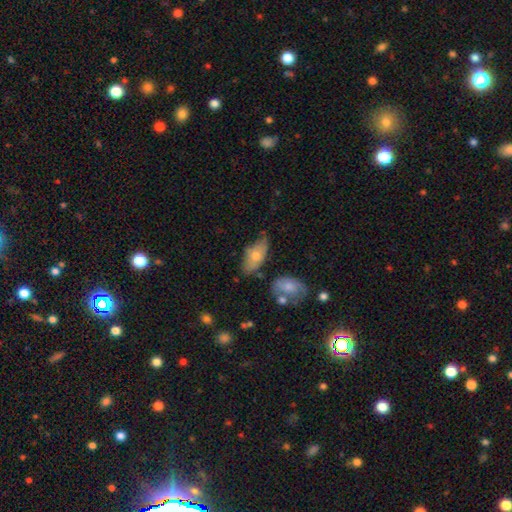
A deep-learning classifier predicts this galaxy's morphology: This is likely a smooth galaxy (67%). How rounded: clearly in between (86%). Merging: possibly none (60%).